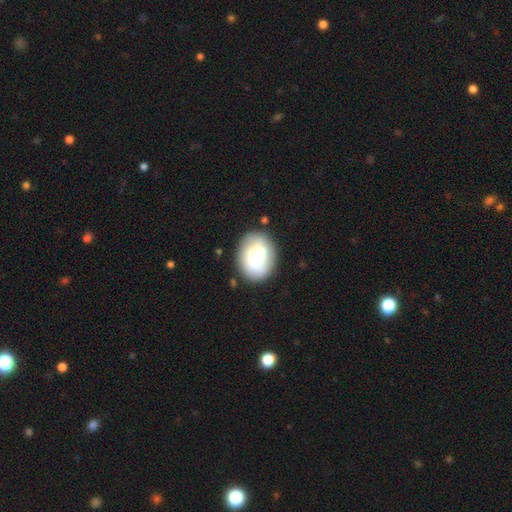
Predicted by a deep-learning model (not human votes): Overall: smooth (65%; featured or disk 28%). How rounded: in between (54%; round 45%). Merging: none (76%).